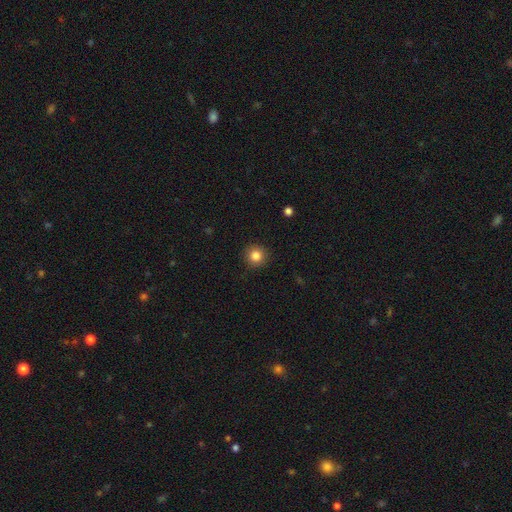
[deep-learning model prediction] Smooth or featured? smooth (85%)
How rounded? round (94%)
Merging? none (91%)